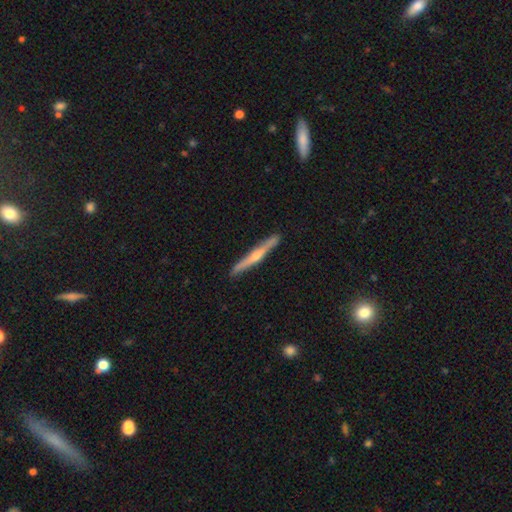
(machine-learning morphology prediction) Smooth or featured: featured or disk — 66% (smooth — 29%)
Edge-on disk: yes — 97% (no — 3%)
Edge-on bulge: rounded — 80% (none — 15%)
Merging: none — 90% (minor disturbance — 7%)